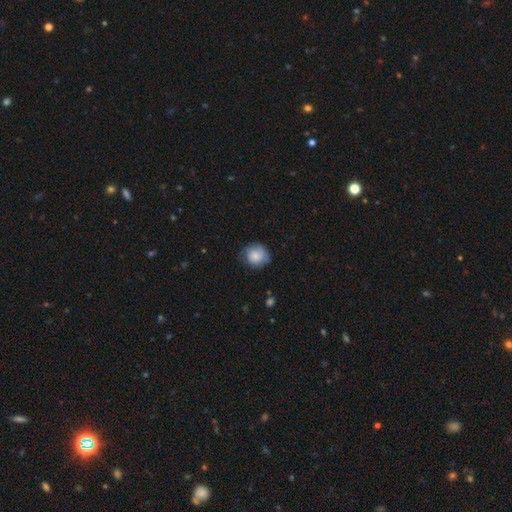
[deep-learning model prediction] Overall: smooth (80%). How rounded: round (82%). Merging: none (66%; minor disturbance 26%).